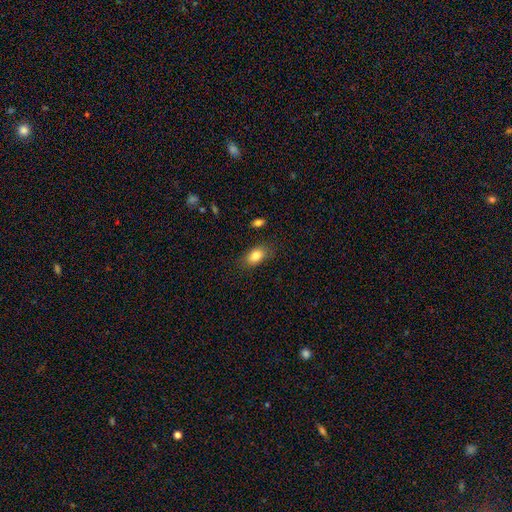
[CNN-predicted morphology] Smooth or featured? Predicted: smooth (p=0.83). How rounded? Predicted: in between (p=0.86). Merging? Predicted: none (p=0.79).